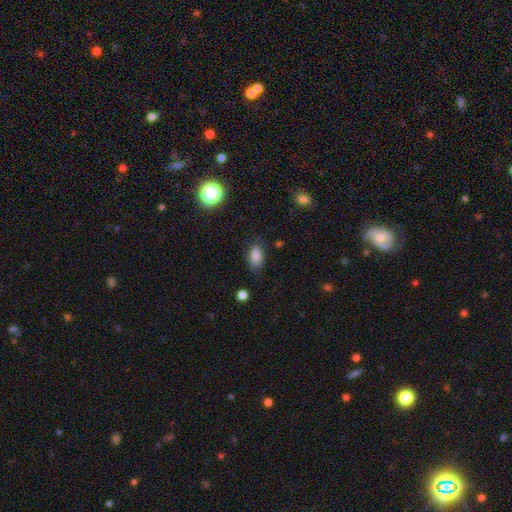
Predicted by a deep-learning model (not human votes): A smooth galaxy with no disk features (85%) that is in between round and cigar-shaped (90%). Merging: none (79%).